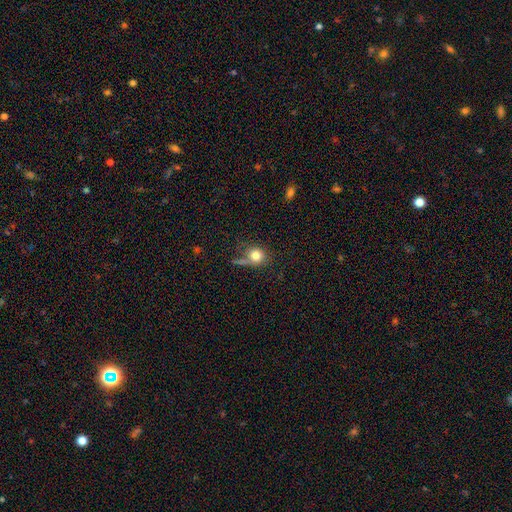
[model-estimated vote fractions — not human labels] The model was most divided on "merging": none: 52%, minor disturbance: 18%, major disturbance: 16%, merger: 14%. More confident: smooth or featured — smooth (79%); how rounded — round (79%).